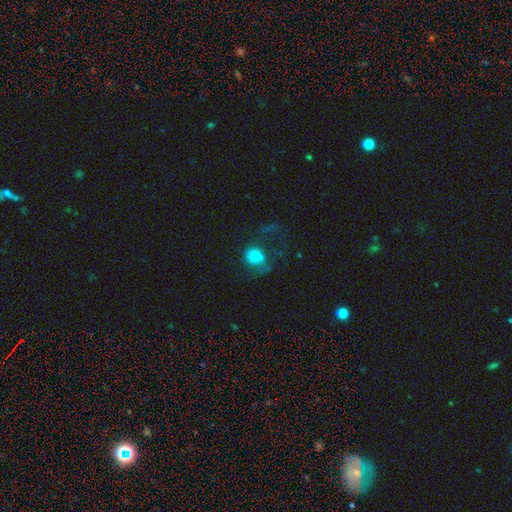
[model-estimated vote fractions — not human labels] The model was most divided on "merging": major disturbance: 39%, none: 33%, minor disturbance: 21%, merger: 8%. More confident: smooth or featured — smooth (70%); how rounded — round (62%).